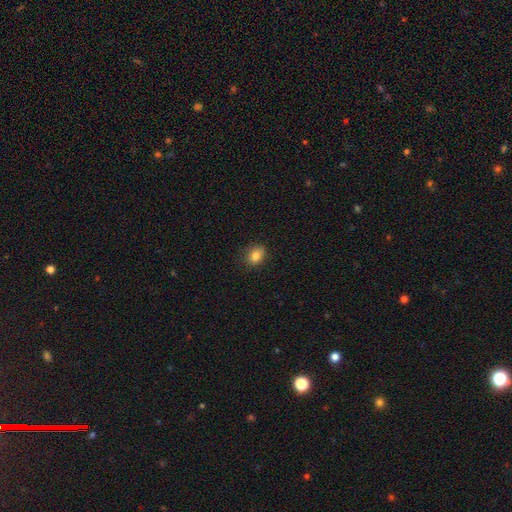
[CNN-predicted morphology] type=smooth (83%); roundness=in between (52%); merging=none (85%).